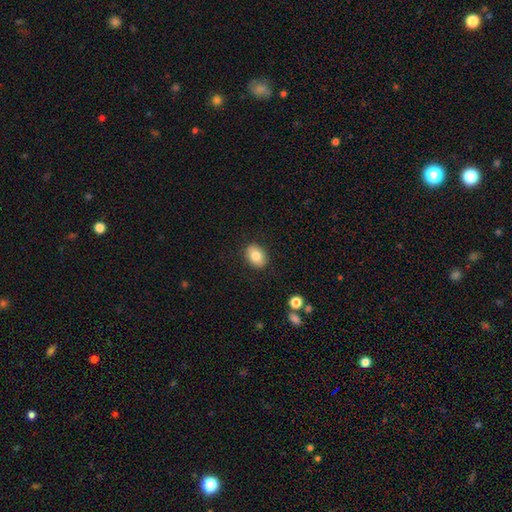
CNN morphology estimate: This appears to be a smooth galaxy with no disk features (82%) that is in between round and cigar-shaped (71%). Merging: none (88%).